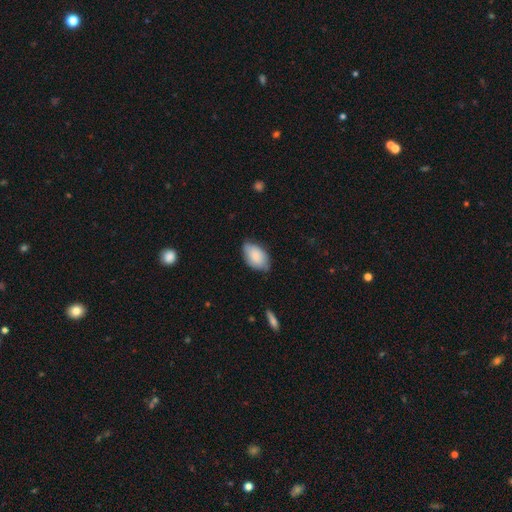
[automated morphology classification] smooth-or-featured: smooth: 83% | featured or disk: 11% | star or artifact: 6%
  how-rounded: in between: 94% | round: 5% | cigar-shaped: 2%
  merging: none: 66% | minor disturbance: 28% | major disturbance: 4% | merger: 1%